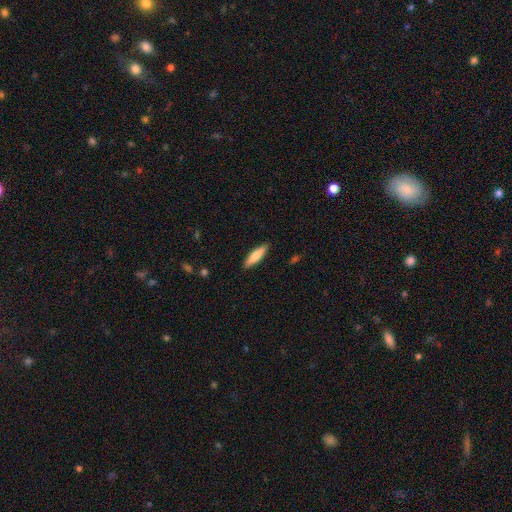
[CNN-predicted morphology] Smooth or featured: smooth — 70% (featured or disk — 24%)
How rounded: cigar-shaped — 68% (in between — 30%)
Merging: none — 89% (minor disturbance — 8%)